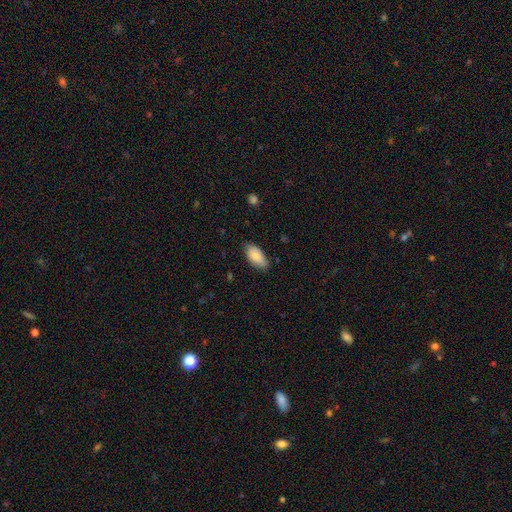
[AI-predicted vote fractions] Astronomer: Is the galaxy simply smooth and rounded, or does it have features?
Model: smooth — 86%.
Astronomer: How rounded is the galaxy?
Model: in between — 92%.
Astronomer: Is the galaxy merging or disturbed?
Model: none — 80%.